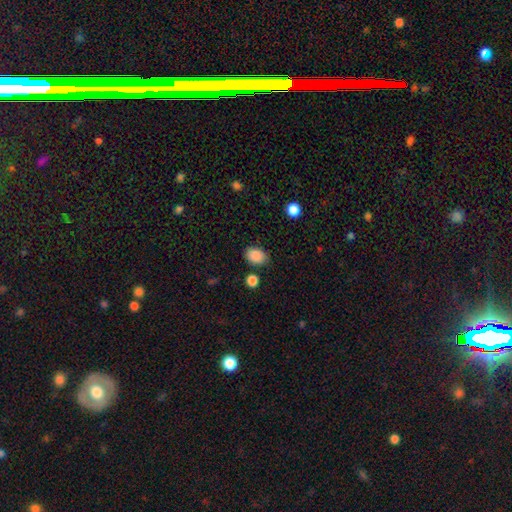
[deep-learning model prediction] A smooth galaxy with no disk features (88%) that is in between round and cigar-shaped (75%).

Vote fractions:
- Smooth or featured? smooth: 88% / star or artifact: 9% / featured or disk: 3%
- How rounded? in between: 75% / round: 24% / cigar-shaped: 1%
- Merging? none: 80% / minor disturbance: 13% / merger: 4% / major disturbance: 3%